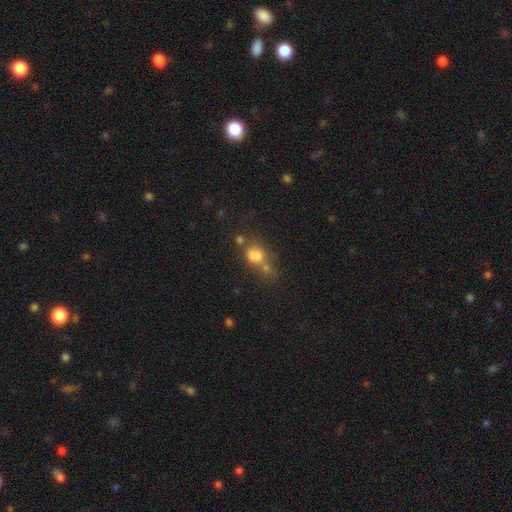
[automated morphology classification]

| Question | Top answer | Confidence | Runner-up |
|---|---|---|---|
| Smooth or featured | smooth | 65% | featured or disk (18%) |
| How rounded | round | 62% | in between (36%) |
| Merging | merger | 49% | none (29%) |